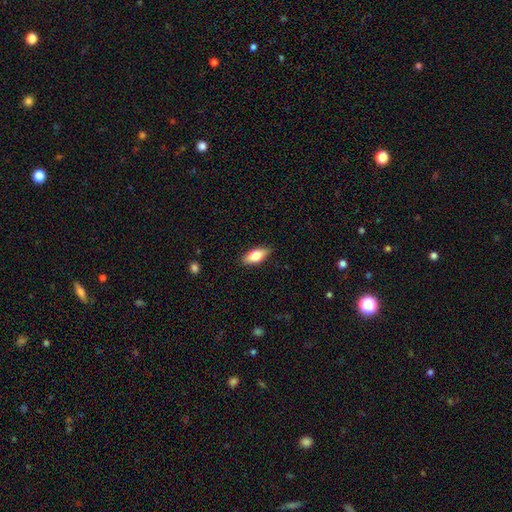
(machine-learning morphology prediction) smooth-or-featured: smooth: 74% | featured or disk: 19% | star or artifact: 6%
  how-rounded: in between: 80% | cigar-shaped: 17% | round: 3%
  merging: none: 86% | minor disturbance: 10% | major disturbance: 2% | merger: 1%